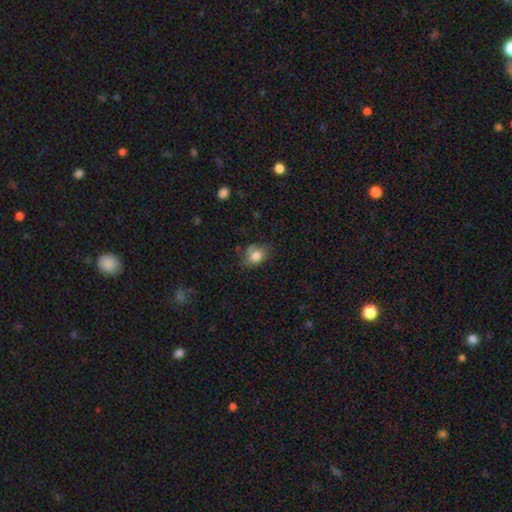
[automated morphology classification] A smooth galaxy with no disk features (80%) that is in between round and cigar-shaped (53%).

Vote fractions:
- Smooth or featured? smooth: 80% / featured or disk: 10% / star or artifact: 10%
- How rounded? in between: 53% / round: 45% / cigar-shaped: 1%
- Merging? none: 55% / minor disturbance: 32% / major disturbance: 10% / merger: 3%